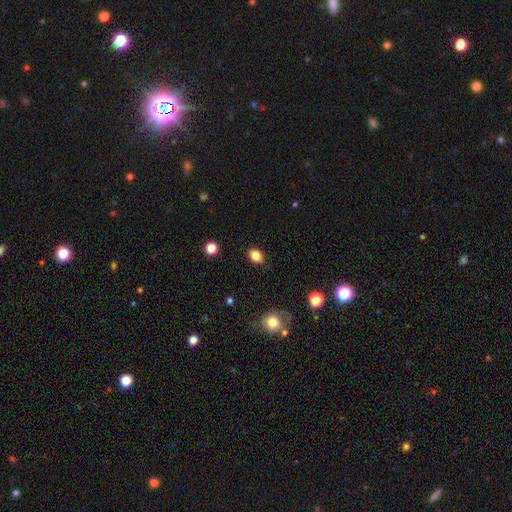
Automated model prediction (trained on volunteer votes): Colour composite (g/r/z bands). It shows a smooth galaxy with no disk features (85%) that is in between round and cigar-shaped (66%). Merging: none (88%).